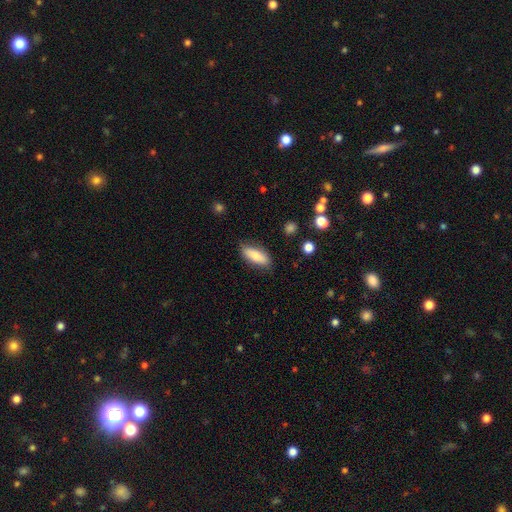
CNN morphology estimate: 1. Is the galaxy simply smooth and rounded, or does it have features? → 76% smooth, 17% featured or disk, 6% star or artifact.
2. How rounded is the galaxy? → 71% in between, 26% cigar-shaped, 2% round.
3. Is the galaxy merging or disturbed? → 81% none, 14% minor disturbance, 3% major disturbance, 1% merger.